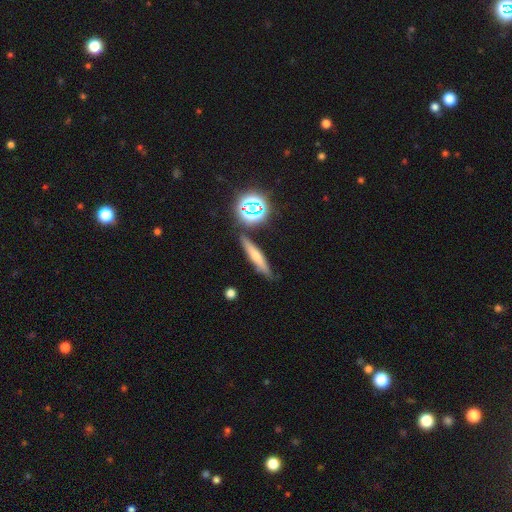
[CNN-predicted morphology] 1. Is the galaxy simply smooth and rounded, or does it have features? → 47% smooth, 35% featured or disk, 18% star or artifact.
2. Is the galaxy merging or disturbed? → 83% none, 11% minor disturbance, 4% merger, 3% major disturbance.